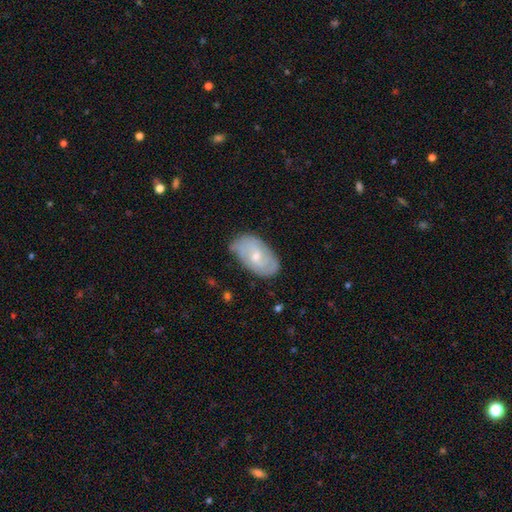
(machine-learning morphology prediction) smooth-or-featured: featured or disk: 51% | smooth: 42% | star or artifact: 6%
  disk-edge-on: no: 93% | yes: 7%
  merging: none: 71% | minor disturbance: 23% | major disturbance: 4% | merger: 2%